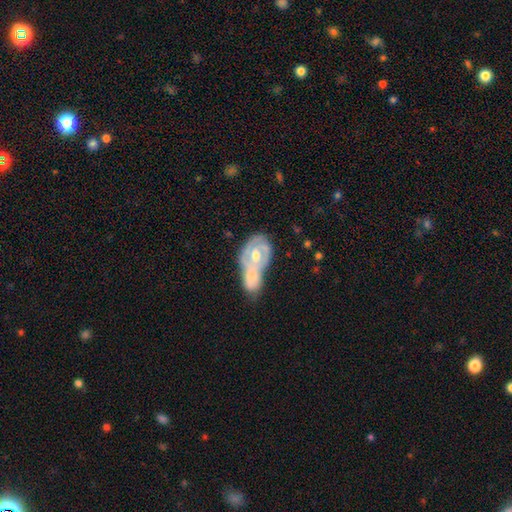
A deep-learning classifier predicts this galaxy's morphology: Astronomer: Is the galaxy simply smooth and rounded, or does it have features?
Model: featured or disk — 69%.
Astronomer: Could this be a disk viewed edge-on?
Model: no — 96%.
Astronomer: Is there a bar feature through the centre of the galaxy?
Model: no — 53% (runner-up: weak, 36%).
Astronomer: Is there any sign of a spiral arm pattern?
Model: yes — 72%.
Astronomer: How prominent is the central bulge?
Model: moderate — 74%.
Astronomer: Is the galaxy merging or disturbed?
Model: merger — 70%.